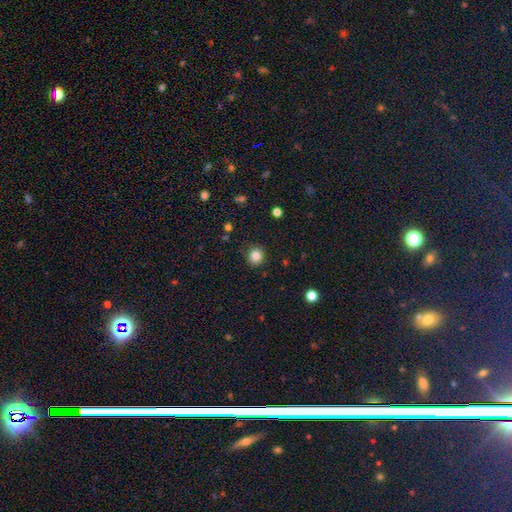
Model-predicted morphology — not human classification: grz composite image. It shows a smooth galaxy with no disk features (83%) that is round (91%). Merging: none (89%).